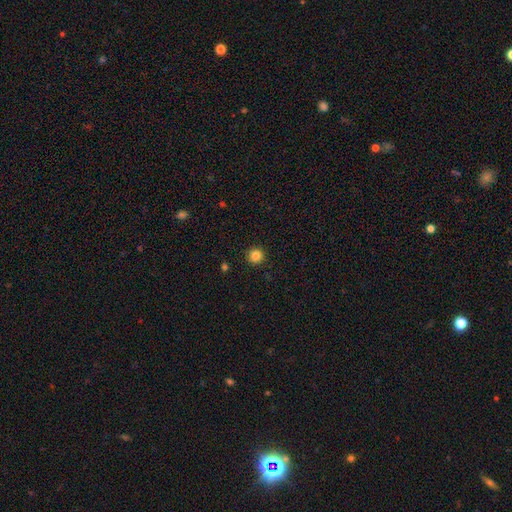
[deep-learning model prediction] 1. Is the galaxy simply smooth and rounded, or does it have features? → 85% smooth, 11% star or artifact, 4% featured or disk.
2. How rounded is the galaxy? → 96% round, 3% in between, 1% cigar-shaped.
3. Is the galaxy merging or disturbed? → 93% none, 5% minor disturbance, 2% major disturbance, 1% merger.